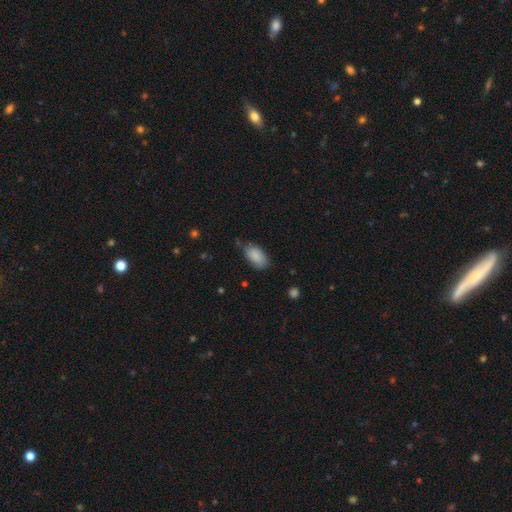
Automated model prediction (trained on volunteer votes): This is clearly a smooth galaxy (86%). How rounded: clearly in between (94%). Merging: likely none (67%).